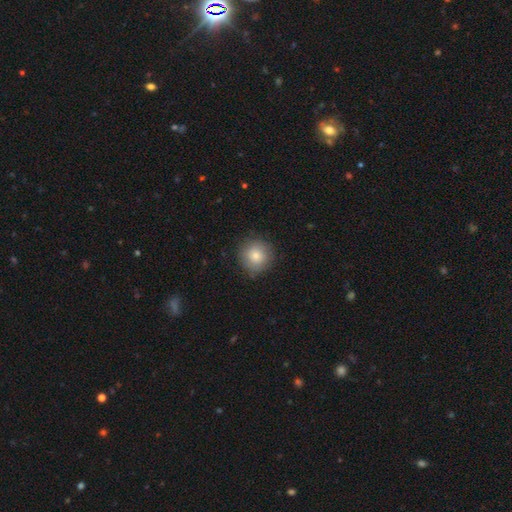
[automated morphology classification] Smooth or featured? Predicted: smooth (p=0.80). How rounded? Predicted: round (p=0.94). Merging? Predicted: none (p=0.85).